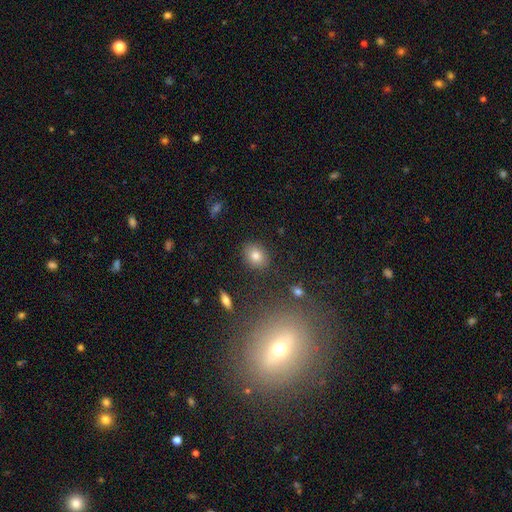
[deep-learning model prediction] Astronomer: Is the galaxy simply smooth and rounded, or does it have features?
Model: smooth — 80%.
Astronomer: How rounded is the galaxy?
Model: in between — 54% (runner-up: round, 45%).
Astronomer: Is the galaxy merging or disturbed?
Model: none — 86%.